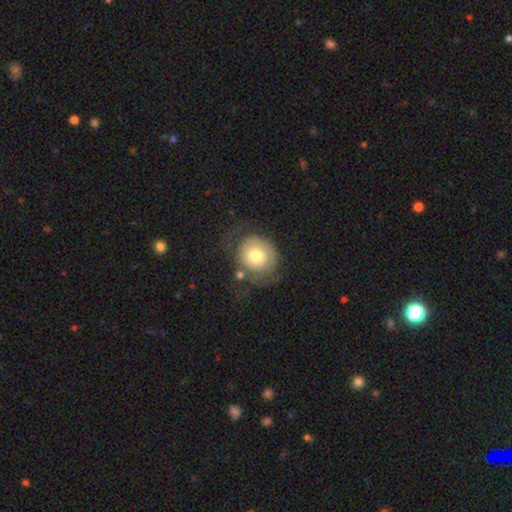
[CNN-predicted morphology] A smooth galaxy with no disk features (60%) that is round (80%). Merging: none (49%).